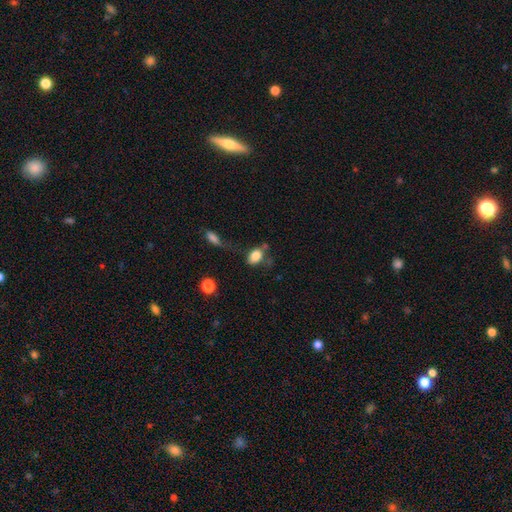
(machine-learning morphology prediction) Smooth or featured? smooth (81%)
How rounded? in between (82%)
Merging? none (55%)